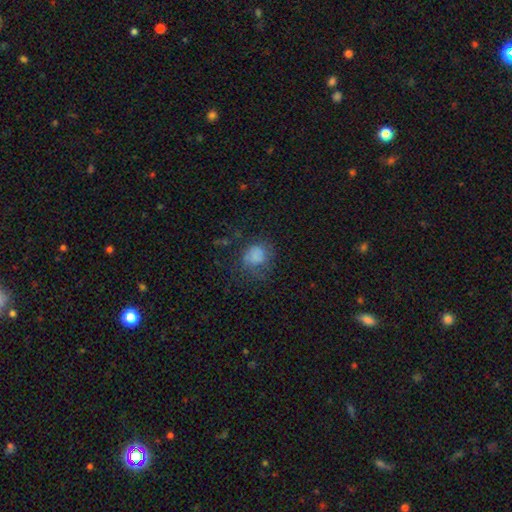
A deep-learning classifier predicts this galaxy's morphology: Smooth or featured? Predicted: smooth (p=0.69). How rounded? Predicted: round (p=0.69). Merging? Predicted: none (p=0.46).